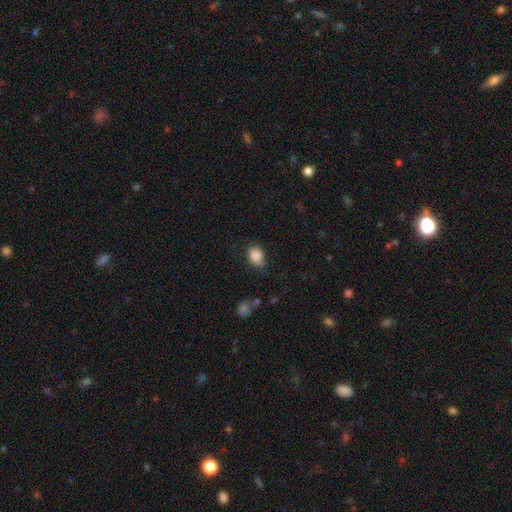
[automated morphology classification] Overall: smooth (86%). How rounded: in between (56%; round 42%). Merging: none (58%; minor disturbance 31%).